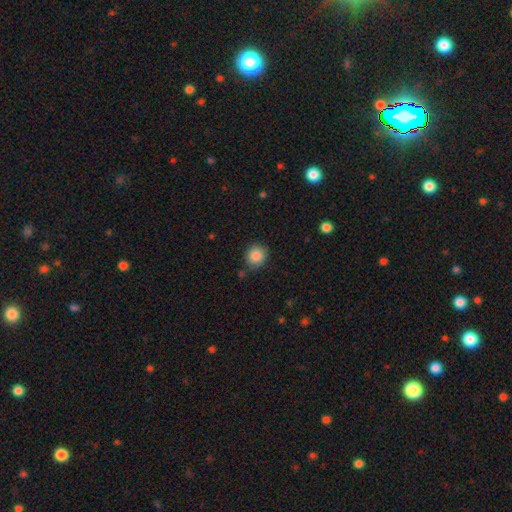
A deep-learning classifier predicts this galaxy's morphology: smooth-or-featured: smooth: 87% | star or artifact: 9% | featured or disk: 4%
  how-rounded: round: 88% | in between: 11% | cigar-shaped: 1%
  merging: none: 84% | minor disturbance: 10% | merger: 3% | major disturbance: 3%